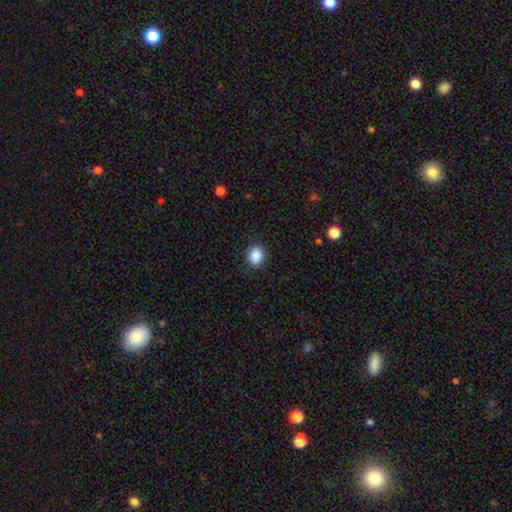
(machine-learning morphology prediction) Smooth or featured?
  - smooth: 89% *
  - star or artifact: 8%
  - featured or disk: 3%
How rounded?
  - in between: 53% *
  - round: 46%
  - cigar-shaped: 1%
Merging?
  - none: 87% *
  - minor disturbance: 10%
  - major disturbance: 3%
  - merger: 1%